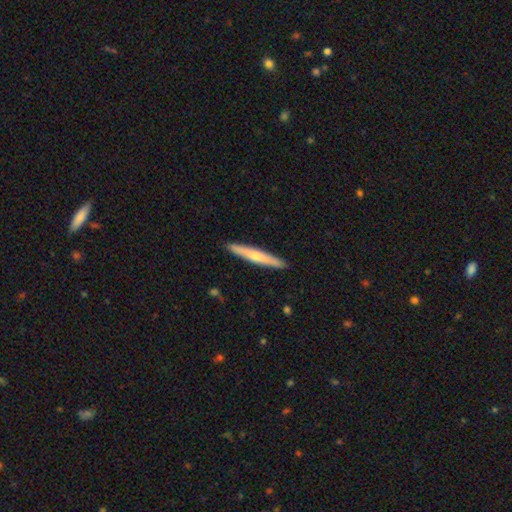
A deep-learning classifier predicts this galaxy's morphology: type=smooth (53%); roundness=cigar-shaped (95%); merging=none (92%).